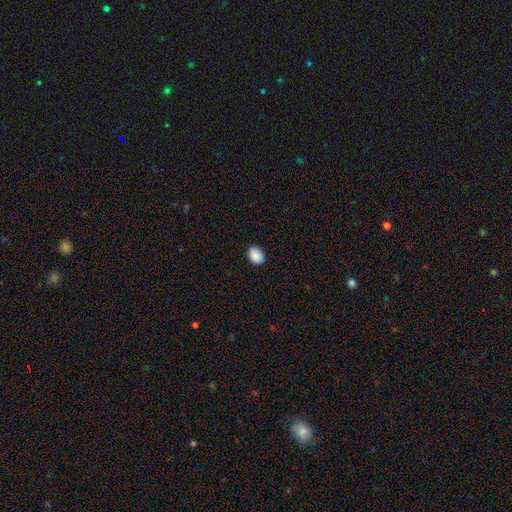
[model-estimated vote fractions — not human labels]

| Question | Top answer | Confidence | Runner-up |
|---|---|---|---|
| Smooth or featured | smooth | 90% | star or artifact (8%) |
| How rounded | in between | 67% | round (32%) |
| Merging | none | 88% | minor disturbance (9%) |